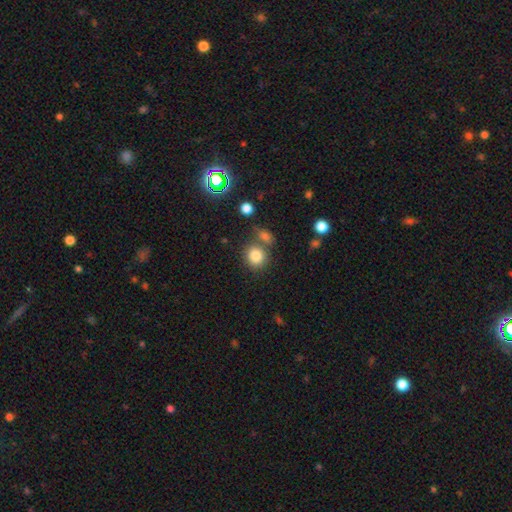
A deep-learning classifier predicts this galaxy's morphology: This is clearly a smooth galaxy (82%). How rounded: clearly round (81%). Merging: likely none (64%).